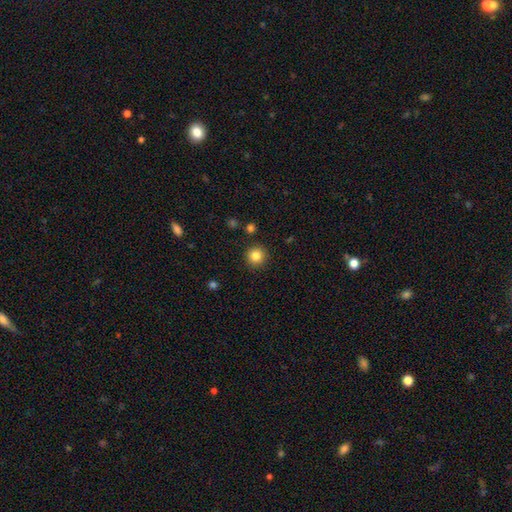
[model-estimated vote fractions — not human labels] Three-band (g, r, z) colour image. It shows a smooth galaxy with no disk features (84%) that is round (94%). Merging: none (90%).